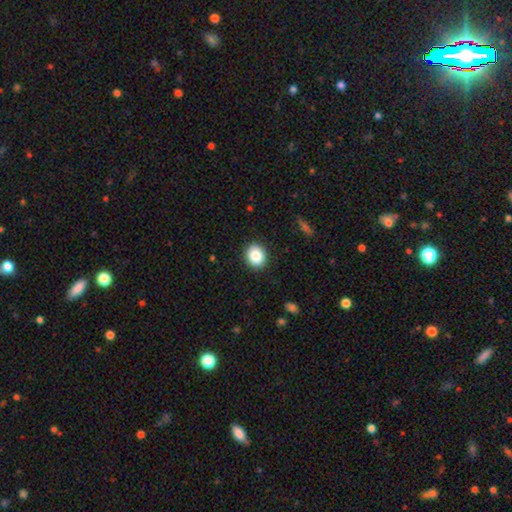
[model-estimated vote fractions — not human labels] This appears to be a smooth galaxy with no disk features (85%) that is round (59%). Merging: none (90%).